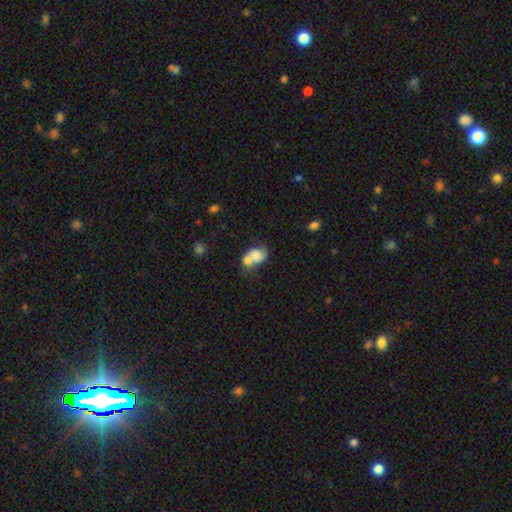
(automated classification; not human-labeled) The model was most divided on "how rounded": in between: 59%, round: 39%, cigar-shaped: 1%. More confident: smooth or featured — smooth (67%); merging — merger (63%).